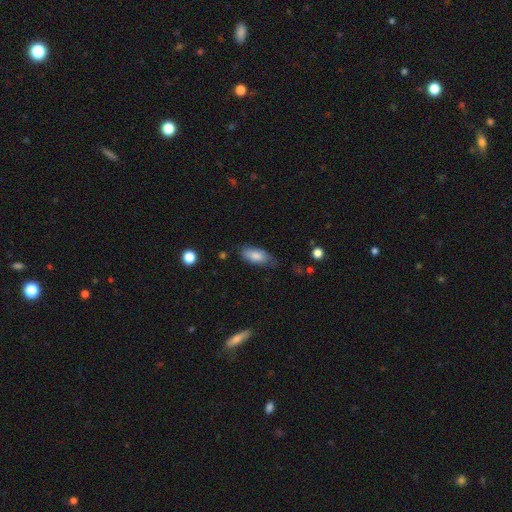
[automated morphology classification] smooth 81%, featured or disk 12%, star or artifact 7%. Down the decision tree: how rounded — in between (84%); merging — none (63%).